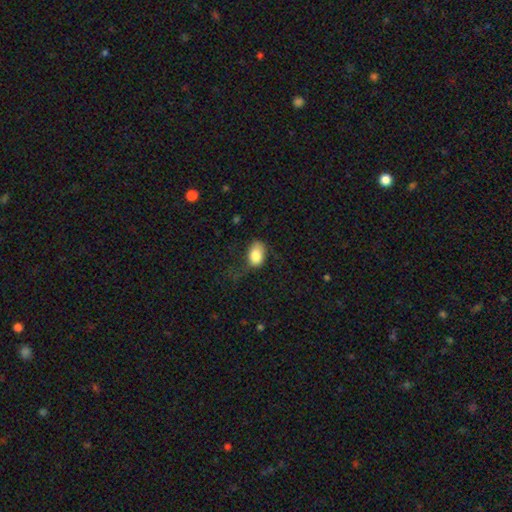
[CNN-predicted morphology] The model was most divided on "merging": none: 44%, minor disturbance: 33%, major disturbance: 21%, merger: 2%. More confident: how rounded — in between (85%); smooth or featured — smooth (83%).